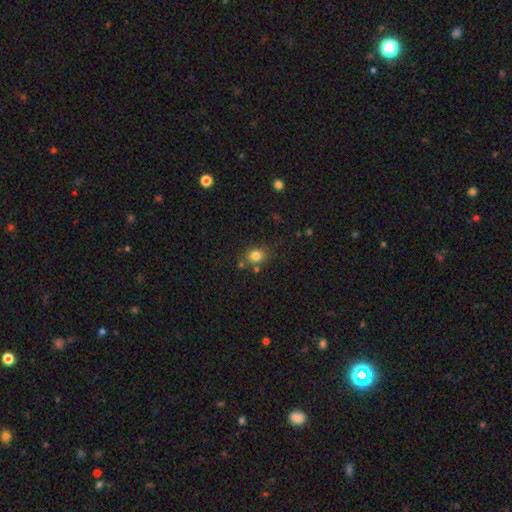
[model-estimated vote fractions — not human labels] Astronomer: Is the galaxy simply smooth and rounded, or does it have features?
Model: smooth — 81%.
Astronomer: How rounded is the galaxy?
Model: round — 58% (runner-up: in between, 41%).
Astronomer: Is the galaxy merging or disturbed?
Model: none — 74%.